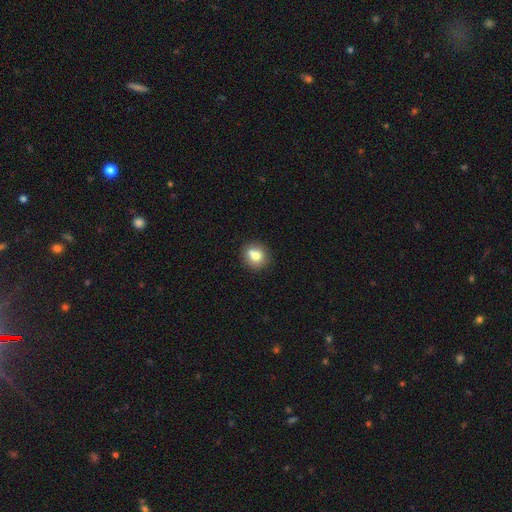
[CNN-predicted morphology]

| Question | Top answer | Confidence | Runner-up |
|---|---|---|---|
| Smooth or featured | smooth | 74% | featured or disk (16%) |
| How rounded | round | 78% | in between (21%) |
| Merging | none | 63% | merger (19%) |